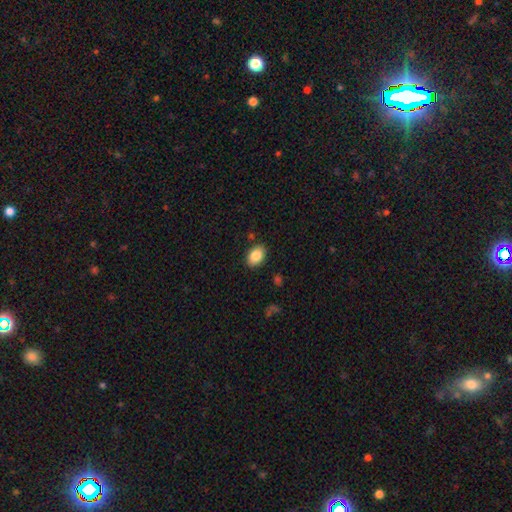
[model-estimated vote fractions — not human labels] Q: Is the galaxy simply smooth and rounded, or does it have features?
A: smooth — 86%.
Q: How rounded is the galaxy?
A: in between — 81%.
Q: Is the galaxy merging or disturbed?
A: none — 85%.